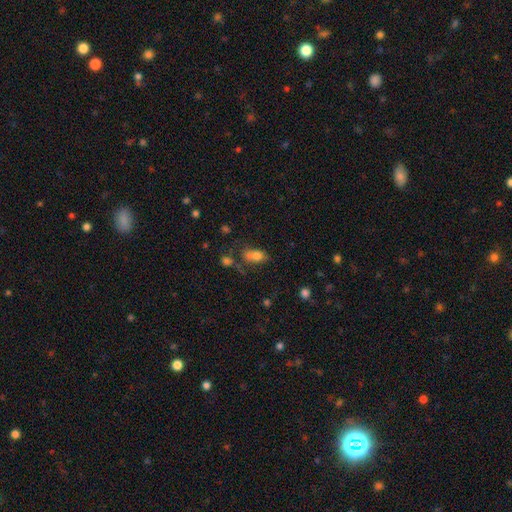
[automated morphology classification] A smooth galaxy with no disk features (75%) that is in between round and cigar-shaped (86%). Merging: none (48%).